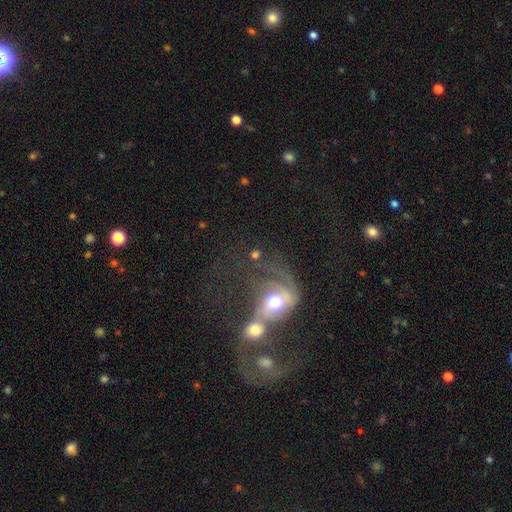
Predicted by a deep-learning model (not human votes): Morphology: type=featured or disk (58%); edge-on=no (95%); bar=no (72%); spiral arms=yes (67%); bulge=moderate (63%); merging=merger (63%).